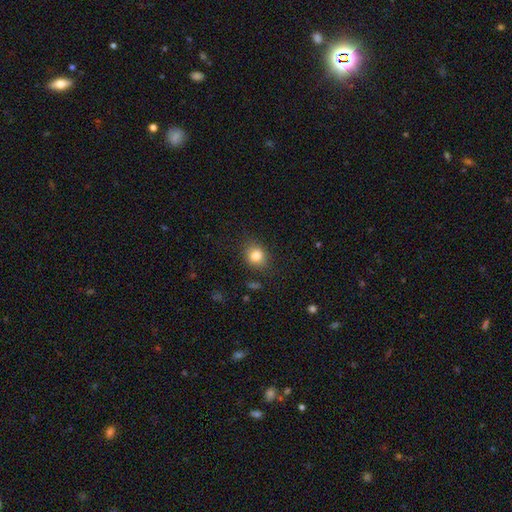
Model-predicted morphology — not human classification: A smooth galaxy with no disk features (81%) that is round (65%).

Vote fractions:
- Smooth or featured? smooth: 81% / star or artifact: 11% / featured or disk: 8%
- How rounded? round: 65% / in between: 34% / cigar-shaped: 1%
- Merging? none: 81% / minor disturbance: 13% / major disturbance: 4% / merger: 1%